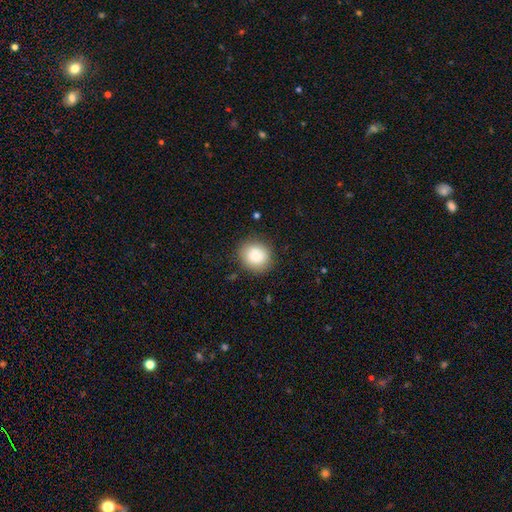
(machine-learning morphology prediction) smooth 83%, featured or disk 9%, star or artifact 8%. Down the decision tree: how rounded — round (82%); merging — none (85%).